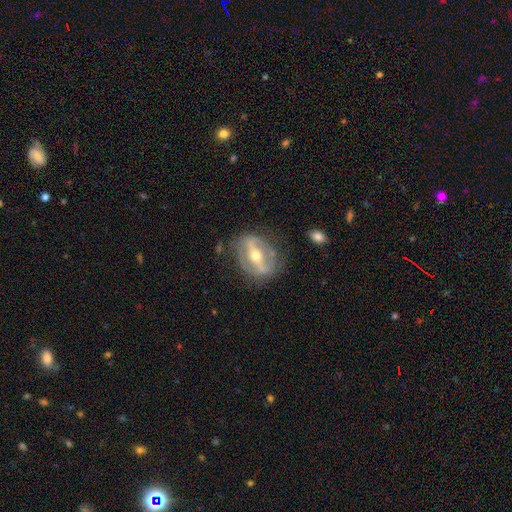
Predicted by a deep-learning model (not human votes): Smooth or featured? Predicted: featured or disk (p=0.79). Edge-on disk? Predicted: no (p=0.87). Bar? Predicted: strong (p=0.74). Spiral arms? Predicted: no (p=0.54). Bulge size? Predicted: moderate (p=0.61). Merging? Predicted: none (p=0.71).